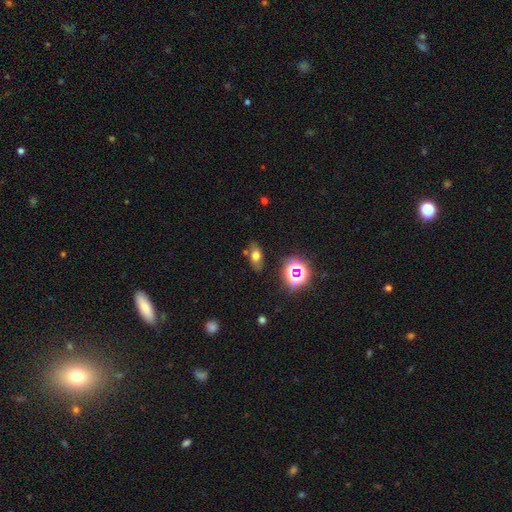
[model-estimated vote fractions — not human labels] The model was most divided on "smooth or featured": smooth: 61%, star or artifact: 21%, featured or disk: 18%. More confident: how rounded — in between (82%); merging — none (76%).